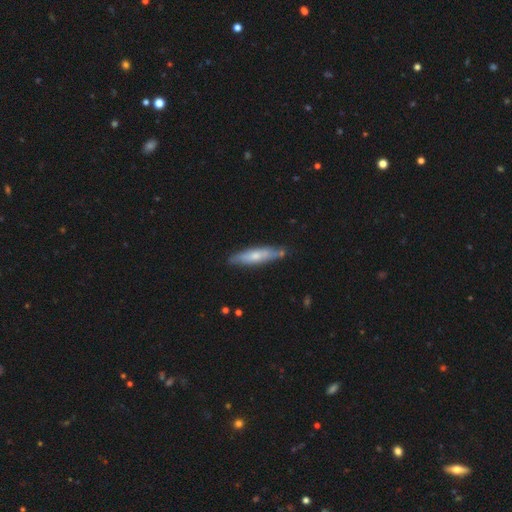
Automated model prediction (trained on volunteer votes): Smooth or featured? smooth (52%)
How rounded? cigar-shaped (78%)
Merging? none (77%)